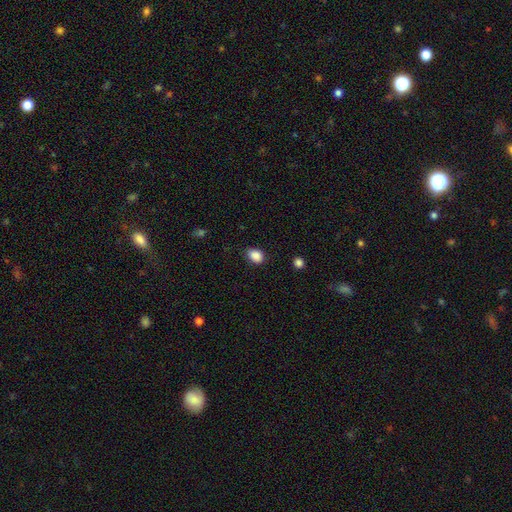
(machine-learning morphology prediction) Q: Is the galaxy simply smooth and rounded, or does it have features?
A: smooth — 88%.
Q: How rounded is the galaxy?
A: in between — 70%.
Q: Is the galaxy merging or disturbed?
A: none — 80%.